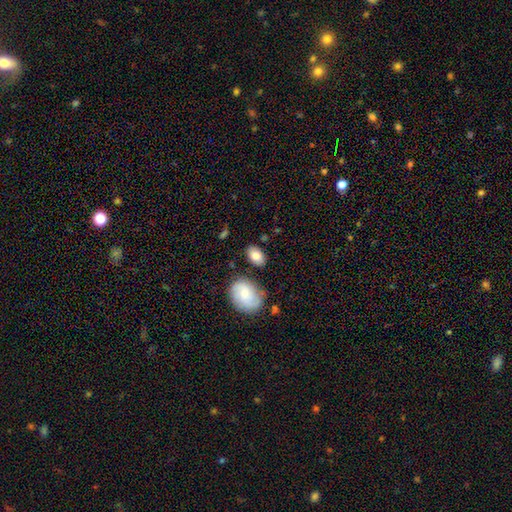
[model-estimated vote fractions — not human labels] smooth 79%, featured or disk 14%, star or artifact 7%. Down the decision tree: how rounded — in between (88%); merging — none (78%).